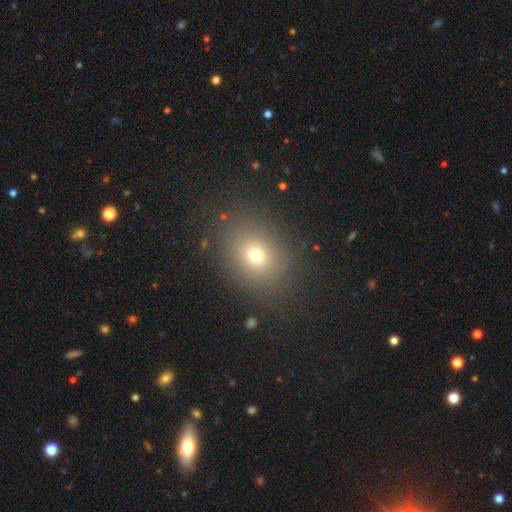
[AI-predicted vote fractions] smooth_or_featured: smooth (p=0.69) [alt: star or artifact p=0.19]
how_rounded: round (p=0.58) [alt: in between p=0.41]
merging: none (p=0.83) [alt: minor disturbance p=0.10]